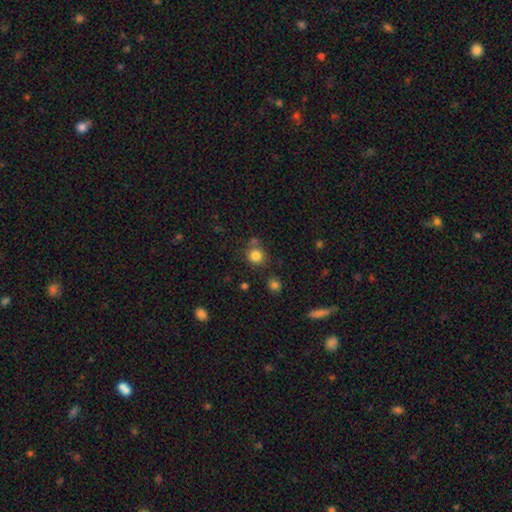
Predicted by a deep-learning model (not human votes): This is clearly a smooth galaxy (83%). How rounded: clearly round (84%). Merging: likely none (70%).